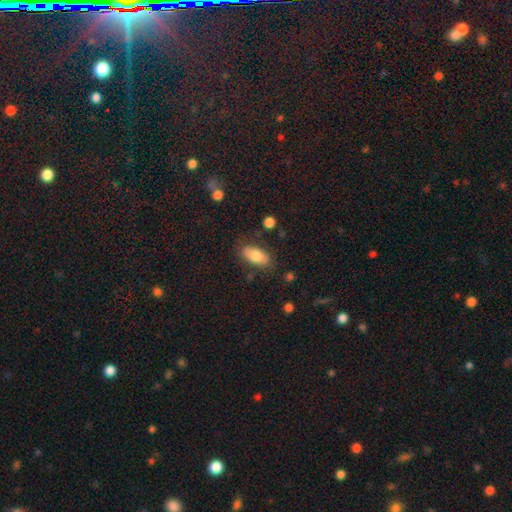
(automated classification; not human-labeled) Q: Smooth or featured?
A: smooth (79%); runner-up: featured or disk (14%)
Q: How rounded?
A: in between (89%); runner-up: cigar-shaped (8%)
Q: Merging?
A: none (77%); runner-up: minor disturbance (16%)